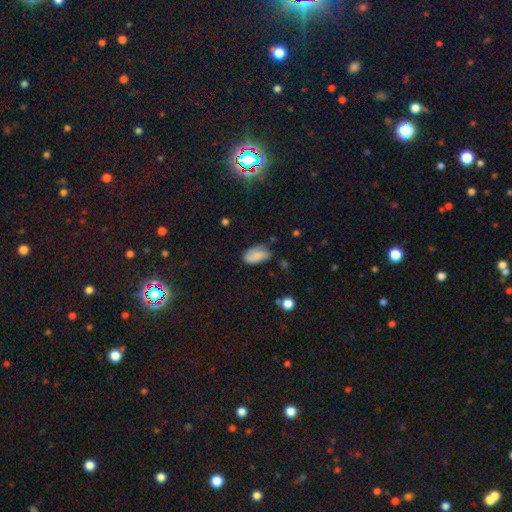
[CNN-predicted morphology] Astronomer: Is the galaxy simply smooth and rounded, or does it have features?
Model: smooth — 74%.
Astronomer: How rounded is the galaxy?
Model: in between — 93%.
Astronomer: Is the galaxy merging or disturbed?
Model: none — 55% (runner-up: minor disturbance, 32%).